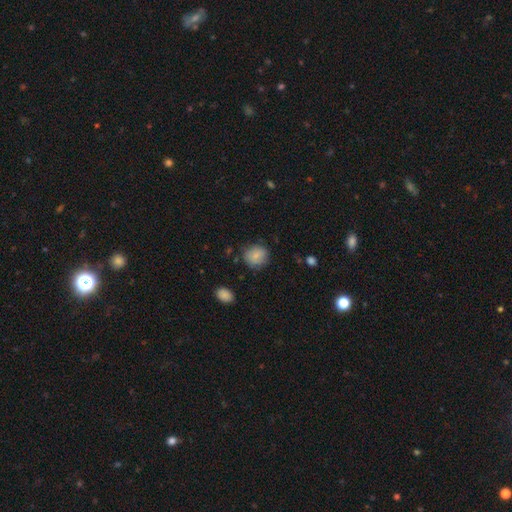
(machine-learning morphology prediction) smooth_or_featured: smooth (p=0.83) [alt: featured or disk p=0.08]
how_rounded: round (p=0.77) [alt: in between p=0.22]
merging: none (p=0.78) [alt: minor disturbance p=0.16]